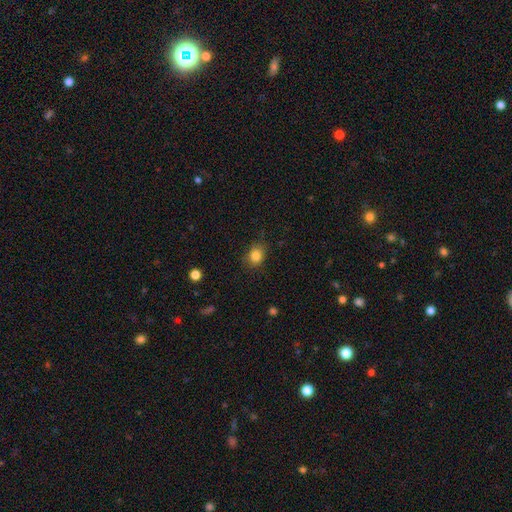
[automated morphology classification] Smooth or featured? smooth (84%)
How rounded? round (54%)
Merging? none (79%)